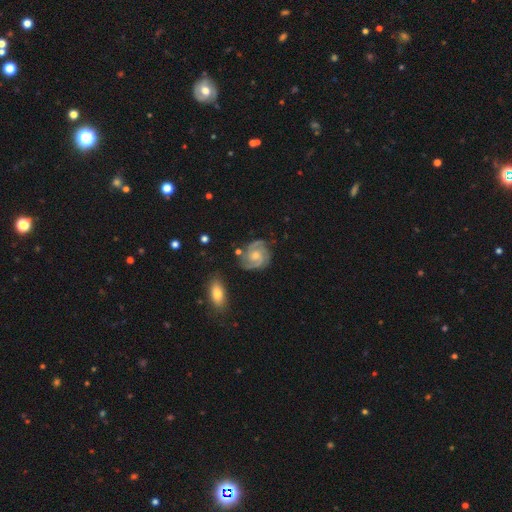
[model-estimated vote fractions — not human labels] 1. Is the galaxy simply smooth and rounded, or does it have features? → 85% featured or disk, 9% smooth, 5% star or artifact.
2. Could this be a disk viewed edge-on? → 98% no, 2% yes.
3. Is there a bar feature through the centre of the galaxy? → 66% no, 29% weak, 5% strong.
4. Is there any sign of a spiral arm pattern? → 97% yes, 3% no.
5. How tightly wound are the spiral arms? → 55% tight, 38% medium, 7% loose.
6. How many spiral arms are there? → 63% 2, 21% 3, 8% can't tell, 3% 4, 3% 1, 2% more than 4.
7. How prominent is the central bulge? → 48% moderate, 44% small, 4% none, 3% large, 1% dominant.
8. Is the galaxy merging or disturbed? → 75% none, 16% minor disturbance, 5% major disturbance, 4% merger.